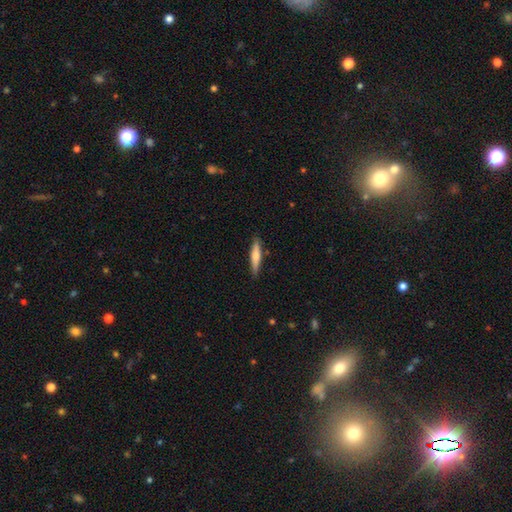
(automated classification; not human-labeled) Q: Smooth or featured?
A: smooth (63%); runner-up: featured or disk (31%)
Q: How rounded?
A: cigar-shaped (86%); runner-up: in between (13%)
Q: Merging?
A: none (85%); runner-up: minor disturbance (11%)